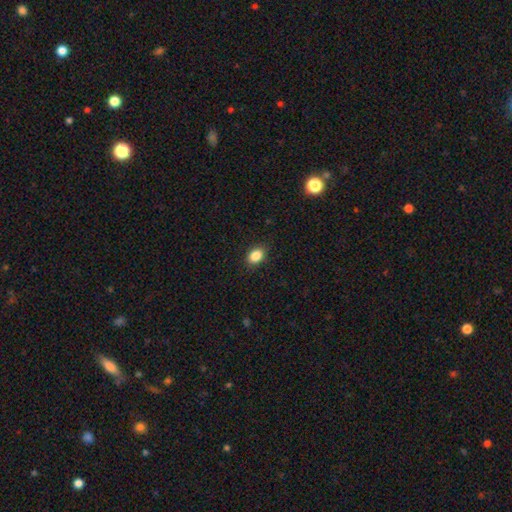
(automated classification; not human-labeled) Smooth or featured?
  - smooth: 87% *
  - star or artifact: 9%
  - featured or disk: 4%
How rounded?
  - in between: 70% *
  - round: 29%
  - cigar-shaped: 1%
Merging?
  - none: 86% *
  - minor disturbance: 11%
  - major disturbance: 3%
  - merger: 1%